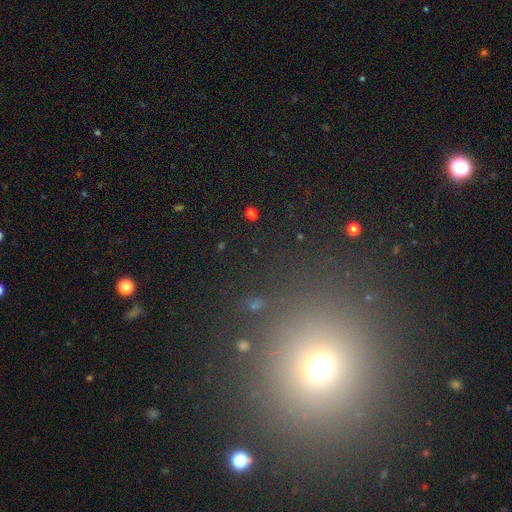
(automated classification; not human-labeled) A smooth galaxy with no disk features (51%) that is round (90%).

Vote fractions:
- Smooth or featured? smooth: 51% / star or artifact: 42% / featured or disk: 8%
- How rounded? round: 90% / in between: 8% / cigar-shaped: 1%
- Merging? none: 89% / minor disturbance: 6% / major disturbance: 3% / merger: 2%